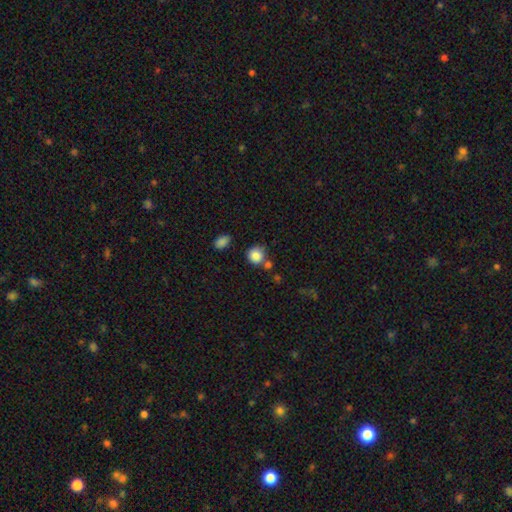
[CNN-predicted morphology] Smooth or featured? Predicted: smooth (p=0.85). How rounded? Predicted: round (p=0.87). Merging? Predicted: none (p=0.64).